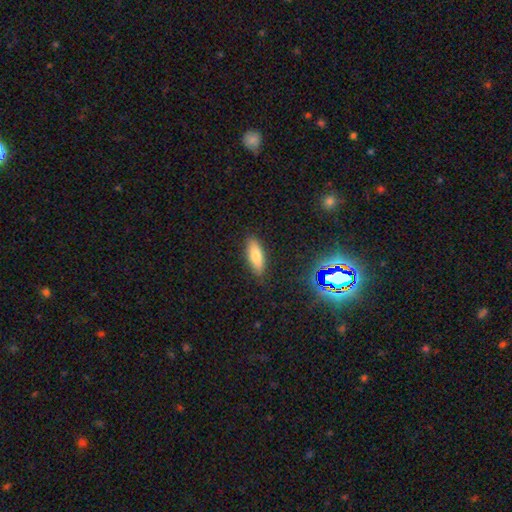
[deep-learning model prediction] This is likely a smooth galaxy (78%). How rounded: likely in between (67%). Merging: clearly none (86%).